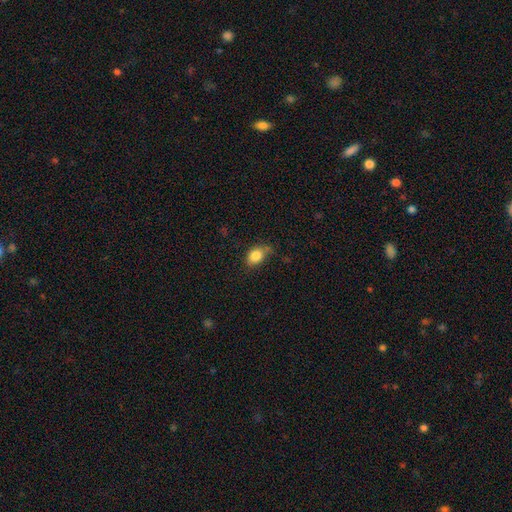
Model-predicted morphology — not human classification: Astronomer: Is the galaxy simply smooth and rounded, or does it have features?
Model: smooth — 84%.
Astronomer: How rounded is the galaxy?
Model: in between — 70%.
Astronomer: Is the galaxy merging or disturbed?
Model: none — 63%.